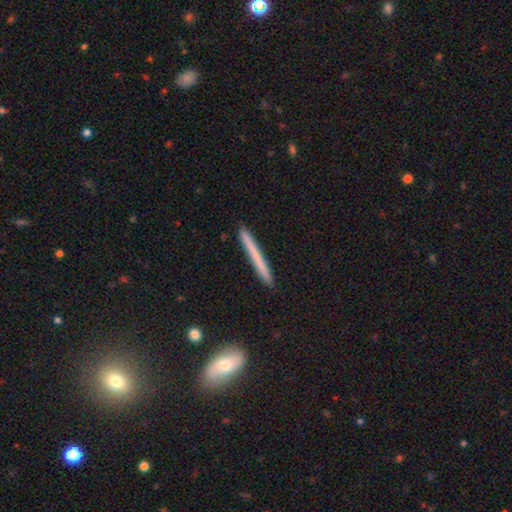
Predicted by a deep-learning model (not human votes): A smooth galaxy with no disk features (63%) that is cigar-shaped (97%).

Vote fractions:
- Smooth or featured? smooth: 63% / featured or disk: 31% / star or artifact: 6%
- How rounded? cigar-shaped: 97% / in between: 2% / round: 1%
- Merging? none: 91% / minor disturbance: 6% / merger: 1% / major disturbance: 1%